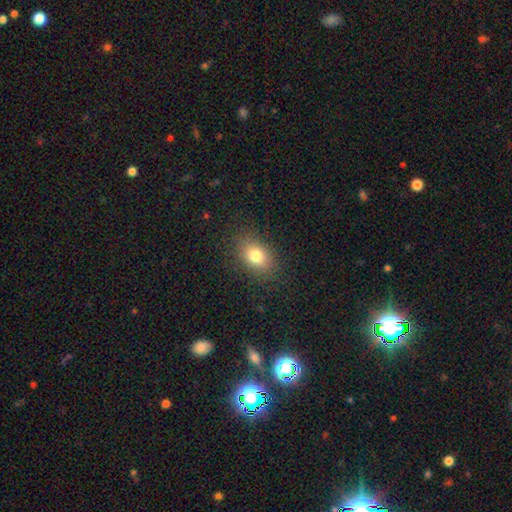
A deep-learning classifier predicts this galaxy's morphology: Overall: smooth (79%). How rounded: in between (78%). Merging: none (86%).